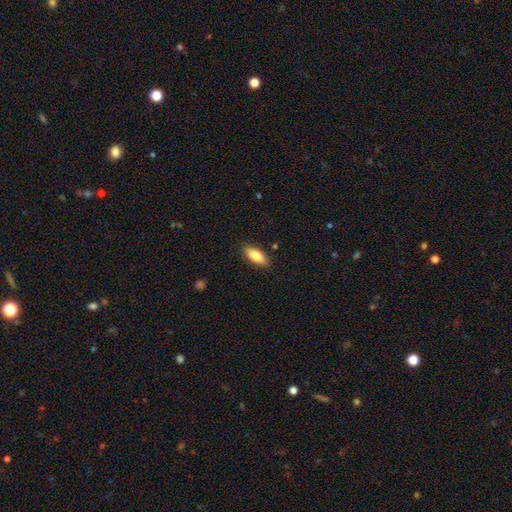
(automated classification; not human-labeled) Morphology: type=smooth (84%); roundness=in between (83%); merging=none (87%).